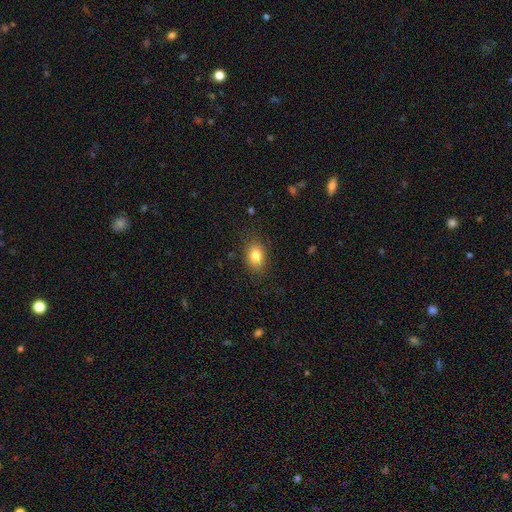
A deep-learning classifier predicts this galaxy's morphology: A smooth galaxy with no disk features (82%) that is in between round and cigar-shaped (75%).

Vote fractions:
- Smooth or featured? smooth: 82% / star or artifact: 10% / featured or disk: 9%
- How rounded? in between: 75% / round: 23% / cigar-shaped: 1%
- Merging? none: 85% / minor disturbance: 11% / major disturbance: 3% / merger: 1%